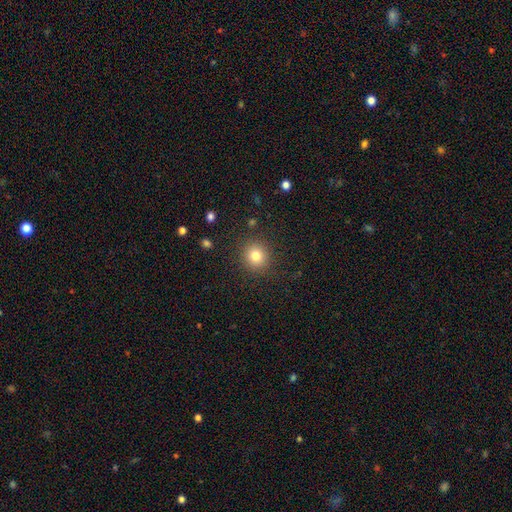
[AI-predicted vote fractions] Smooth or featured: smooth — 81% (star or artifact — 12%)
How rounded: round — 91% (in between — 8%)
Merging: none — 89% (minor disturbance — 7%)